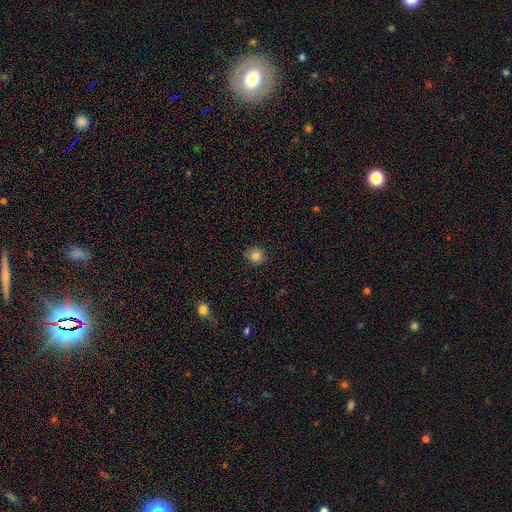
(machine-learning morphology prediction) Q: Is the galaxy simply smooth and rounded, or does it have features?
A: smooth — 83%.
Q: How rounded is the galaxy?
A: round — 87%.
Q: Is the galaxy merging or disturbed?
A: none — 85%.